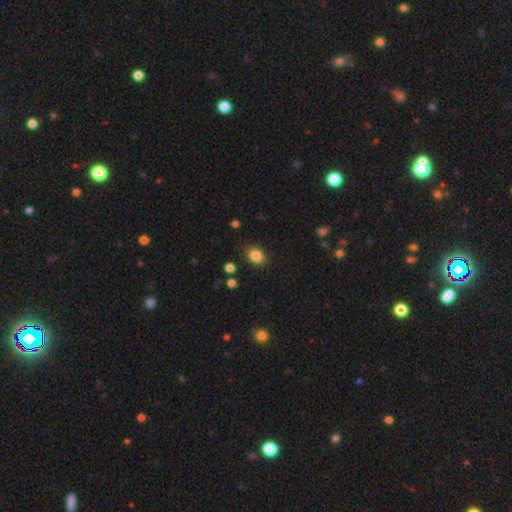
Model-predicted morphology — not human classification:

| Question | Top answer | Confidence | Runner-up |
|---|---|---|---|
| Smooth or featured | smooth | 84% | star or artifact (11%) |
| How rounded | round | 50% | in between (49%) |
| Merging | none | 86% | minor disturbance (10%) |